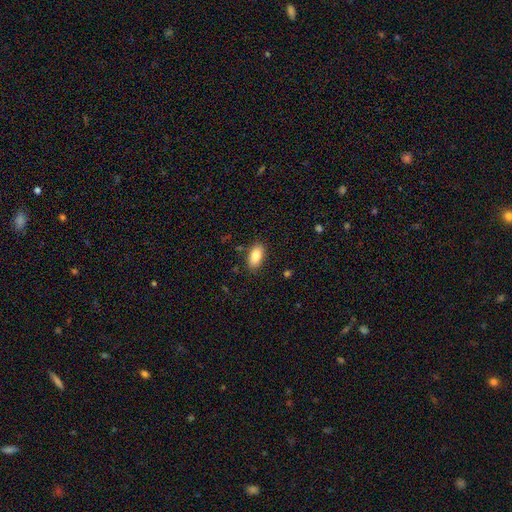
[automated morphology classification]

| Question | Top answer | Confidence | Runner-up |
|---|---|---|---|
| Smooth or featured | smooth | 88% | star or artifact (7%) |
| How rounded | in between | 92% | cigar-shaped (4%) |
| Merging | none | 85% | minor disturbance (11%) |